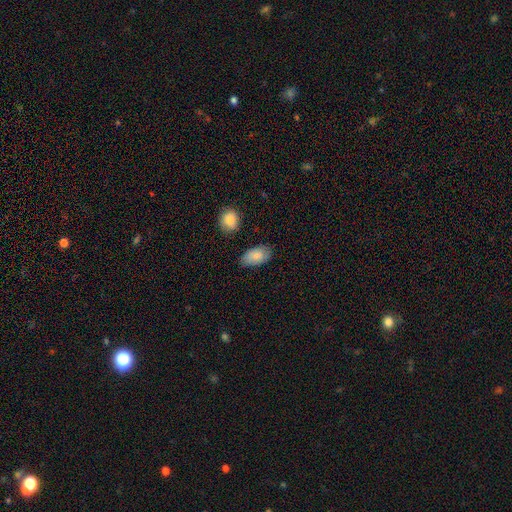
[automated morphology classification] type=smooth (82%); roundness=in between (94%); merging=none (77%).